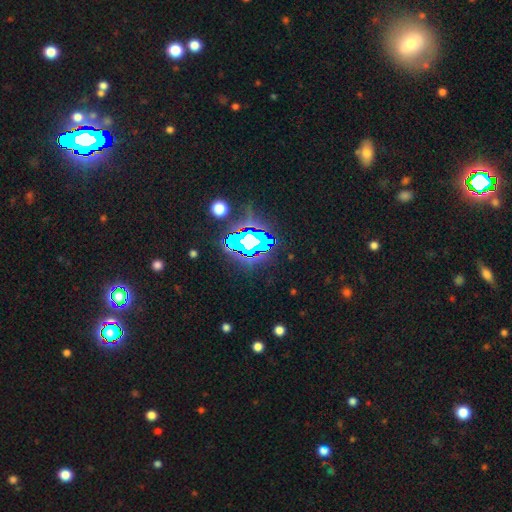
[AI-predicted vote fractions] smooth-or-featured: star or artifact: 83% | smooth: 10% | featured or disk: 7%